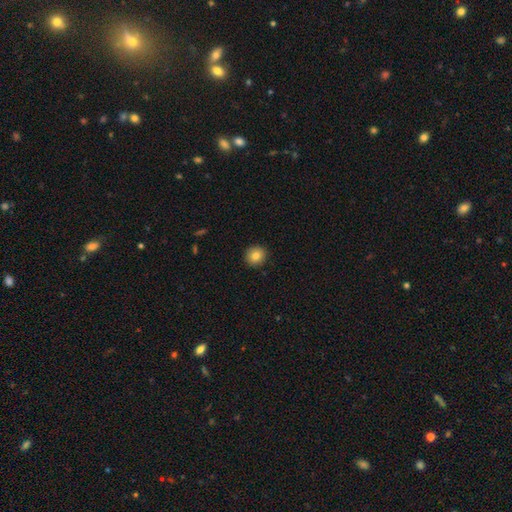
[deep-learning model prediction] Smooth or featured?
  - smooth: 82% *
  - star or artifact: 9%
  - featured or disk: 8%
How rounded?
  - round: 92% *
  - in between: 7%
  - cigar-shaped: 1%
Merging?
  - none: 92% *
  - minor disturbance: 5%
  - major disturbance: 2%
  - merger: 1%